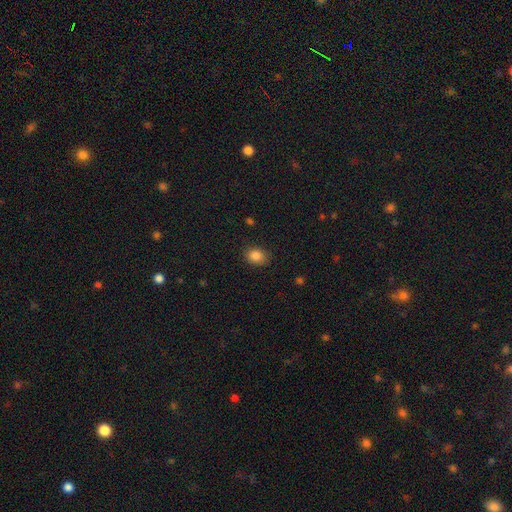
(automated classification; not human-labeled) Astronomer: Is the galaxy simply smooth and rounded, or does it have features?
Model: smooth — 85%.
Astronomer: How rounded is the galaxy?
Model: in between — 56% (runner-up: round, 43%).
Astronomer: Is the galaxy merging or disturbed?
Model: none — 83%.